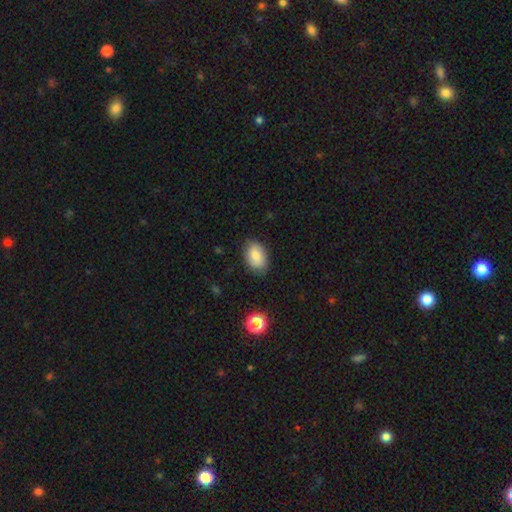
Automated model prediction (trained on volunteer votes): smooth-or-featured: smooth: 77% | featured or disk: 15% | star or artifact: 8%
  how-rounded: in between: 87% | round: 12% | cigar-shaped: 1%
  merging: none: 82% | minor disturbance: 14% | major disturbance: 3% | merger: 1%